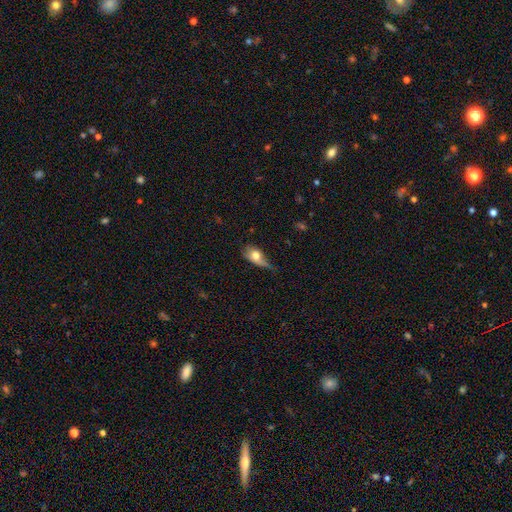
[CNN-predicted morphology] This appears to be a smooth galaxy with no disk features (64%) that is in between round and cigar-shaped (71%). Merging: minor disturbance (35%).